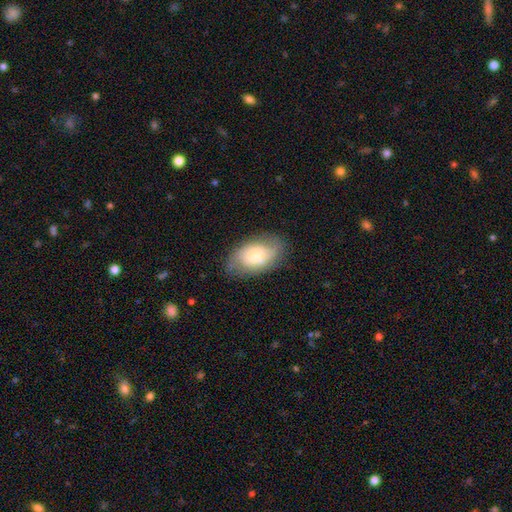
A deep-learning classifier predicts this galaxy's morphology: Smooth or featured?
  - smooth: 50% *
  - featured or disk: 42%
  - star or artifact: 8%
Merging?
  - none: 70% *
  - minor disturbance: 21%
  - major disturbance: 8%
  - merger: 2%